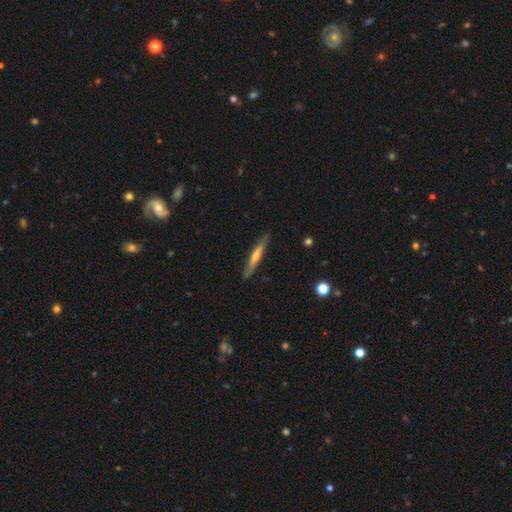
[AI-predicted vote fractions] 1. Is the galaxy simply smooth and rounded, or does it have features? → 58% featured or disk, 35% smooth, 7% star or artifact.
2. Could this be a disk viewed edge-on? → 93% yes, 7% no.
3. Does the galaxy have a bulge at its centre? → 61% rounded, 31% none, 8% boxy.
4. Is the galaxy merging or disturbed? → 87% none, 10% minor disturbance, 2% major disturbance, 1% merger.